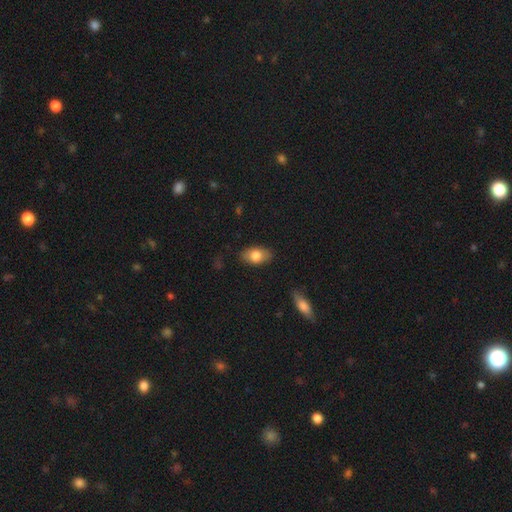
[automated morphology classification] Smooth or featured?
  - smooth: 78% *
  - featured or disk: 16%
  - star or artifact: 7%
How rounded?
  - in between: 90% *
  - round: 7%
  - cigar-shaped: 3%
Merging?
  - none: 84% *
  - minor disturbance: 12%
  - major disturbance: 3%
  - merger: 1%